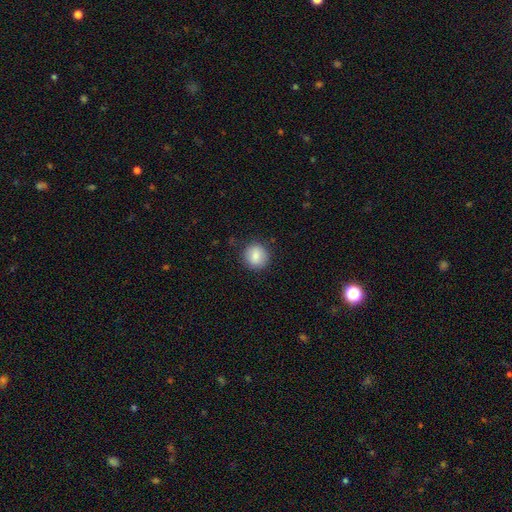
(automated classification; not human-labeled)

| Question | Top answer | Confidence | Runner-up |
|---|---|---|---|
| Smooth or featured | smooth | 85% | star or artifact (8%) |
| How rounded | round | 90% | in between (9%) |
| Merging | none | 87% | minor disturbance (9%) |